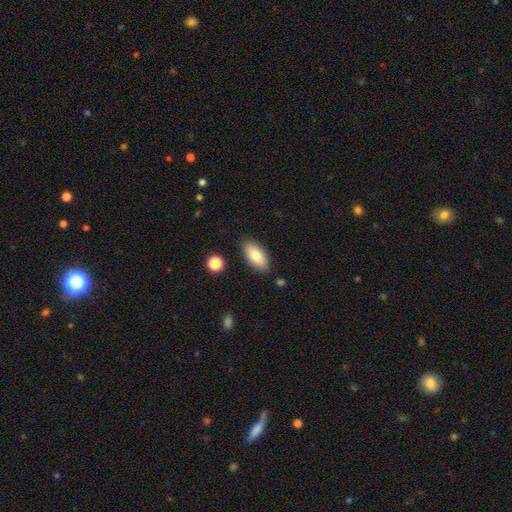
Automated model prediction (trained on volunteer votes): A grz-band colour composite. It shows a smooth galaxy with no disk features (79%) that is in between round and cigar-shaped (91%). Merging: none (86%).